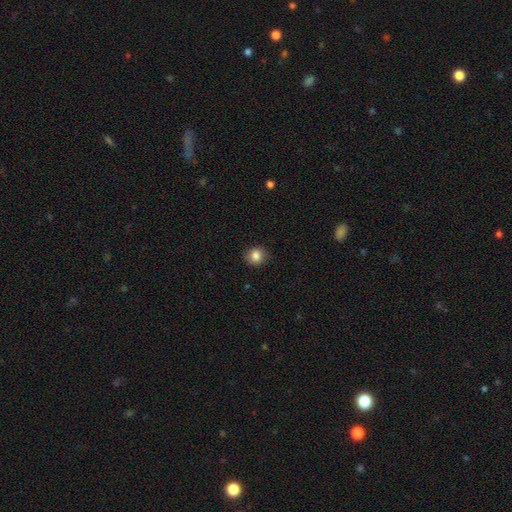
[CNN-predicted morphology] This is clearly a smooth galaxy (84%). How rounded: likely round (79%). Merging: clearly none (86%).